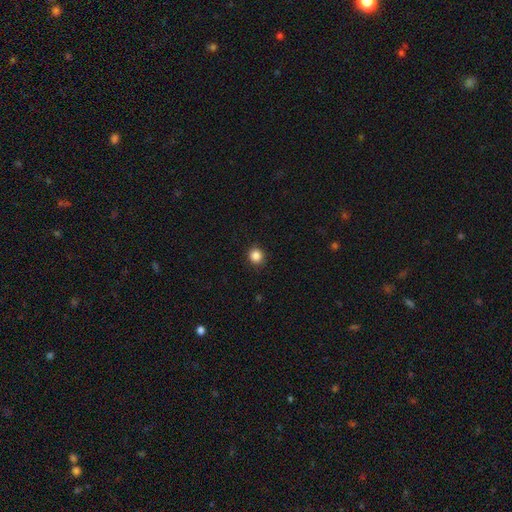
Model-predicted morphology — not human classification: Smooth or featured? smooth (86%)
How rounded? round (89%)
Merging? none (90%)